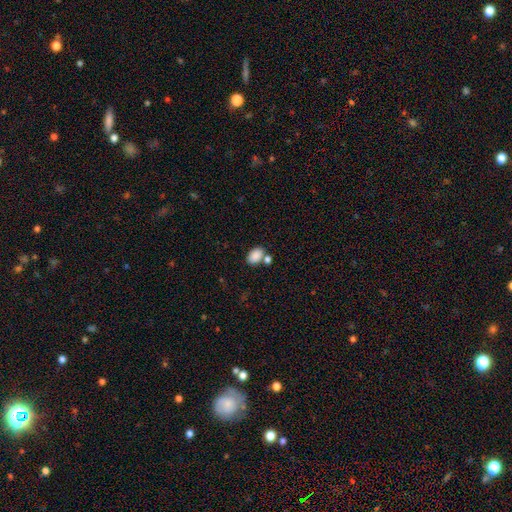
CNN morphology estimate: Smooth or featured? smooth (87%)
How rounded? in between (87%)
Merging? none (61%)